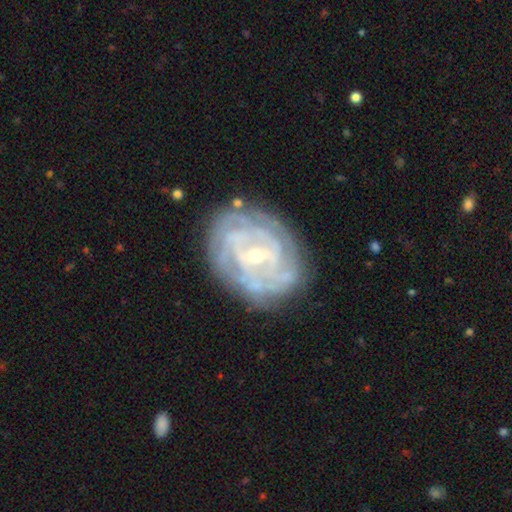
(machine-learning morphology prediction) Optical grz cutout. It shows a featured or disk galaxy (85%) with a weak bar (46%), tight (74%) spiral arms (92%) and a small central bulge (71%). Merging: none (76%).